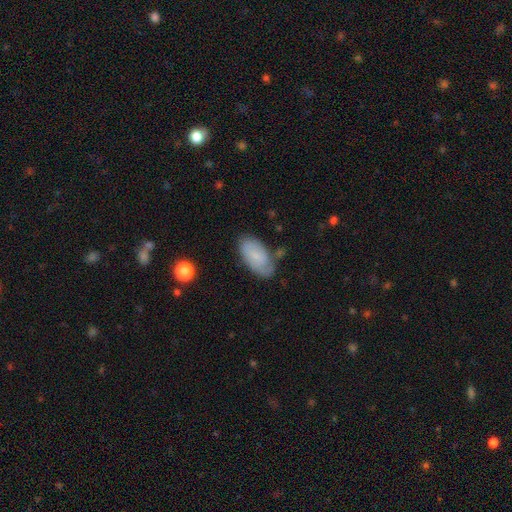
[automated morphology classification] This is likely a smooth galaxy (68%). How rounded: clearly in between (93%). Merging: likely none (67%).